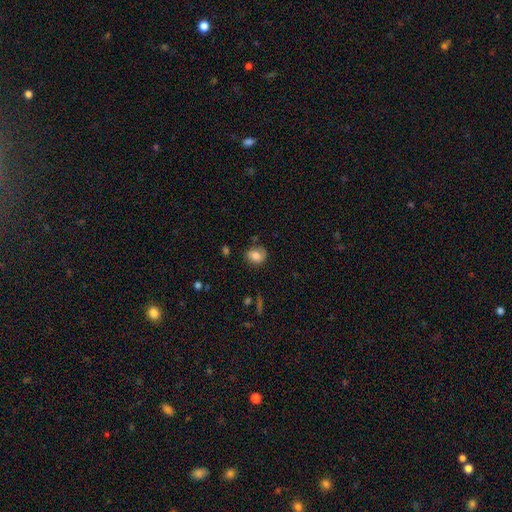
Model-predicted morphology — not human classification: A smooth galaxy with no disk features (76%) that is round (59%).

Vote fractions:
- Smooth or featured? smooth: 76% / featured or disk: 14% / star or artifact: 9%
- How rounded? round: 59% / in between: 40% / cigar-shaped: 1%
- Merging? none: 72% / minor disturbance: 20% / major disturbance: 5% / merger: 3%